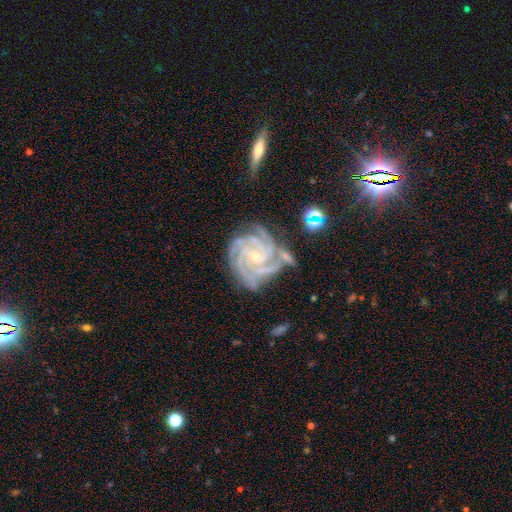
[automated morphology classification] Smooth or featured: featured or disk — 90% (star or artifact — 6%)
Edge-on disk: no — 98% (yes — 2%)
Bar: no — 58% (weak — 30%)
Spiral arms: yes — 99% (no — 1%)
Spiral winding: tight — 76% (medium — 21%)
Spiral arm count: 4 — 50% (3 — 17%)
Bulge size: small — 77% (moderate — 19%)
Merging: none — 61% (minor disturbance — 24%)